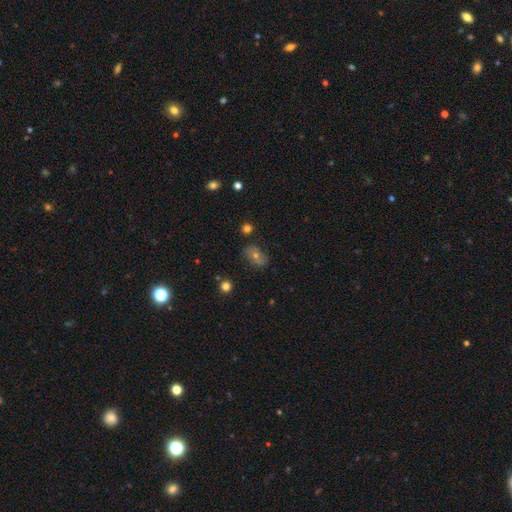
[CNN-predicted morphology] Smooth or featured?
  - featured or disk: 43% *
  - smooth: 34%
  - star or artifact: 24%
Merging?
  - none: 73% *
  - minor disturbance: 17%
  - major disturbance: 7%
  - merger: 3%